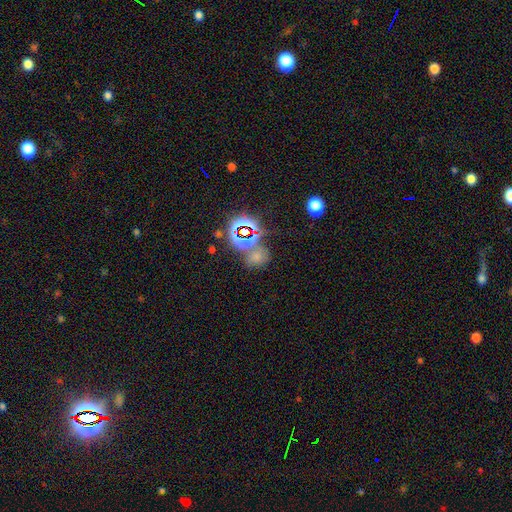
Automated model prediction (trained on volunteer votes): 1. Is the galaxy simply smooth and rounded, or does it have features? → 50% smooth, 43% star or artifact, 7% featured or disk.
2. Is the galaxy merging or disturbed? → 63% none, 18% merger, 13% minor disturbance, 6% major disturbance.